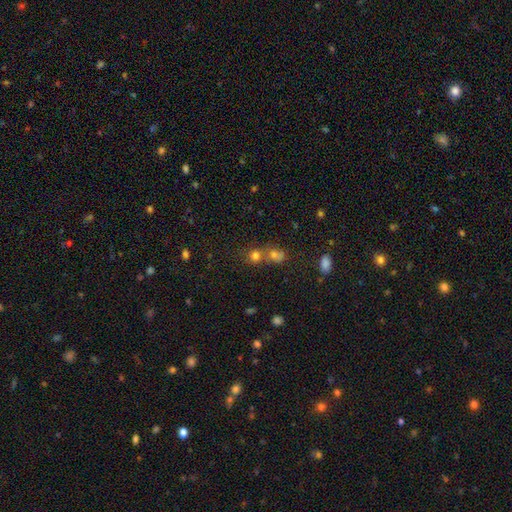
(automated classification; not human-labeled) The model was most divided on "merging": none: 46%, merger: 44%, minor disturbance: 7%, major disturbance: 3%. More confident: how rounded — round (81%); smooth or featured — smooth (70%).